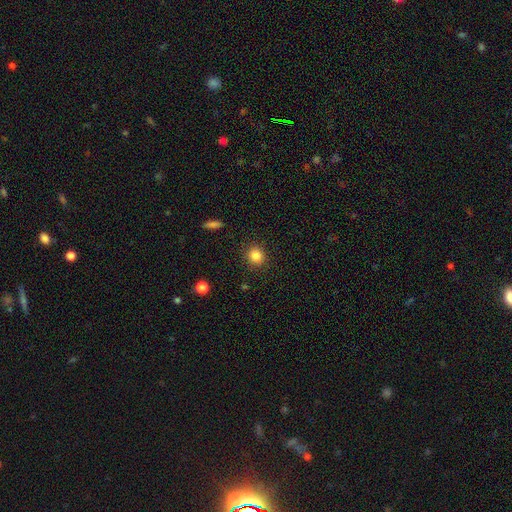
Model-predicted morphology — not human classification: type=smooth (85%); roundness=round (81%); merging=none (89%).